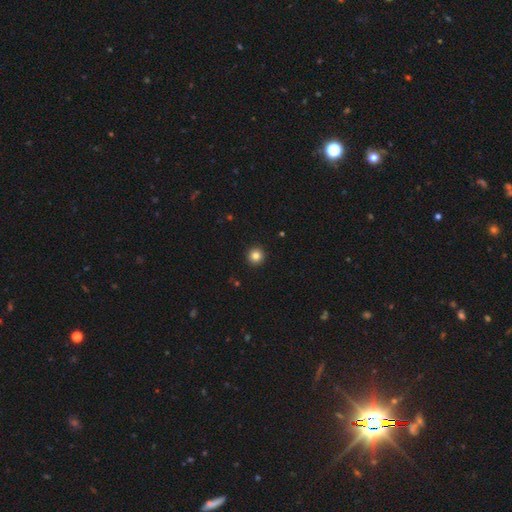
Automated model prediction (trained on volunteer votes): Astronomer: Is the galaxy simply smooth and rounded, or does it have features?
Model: smooth — 83%.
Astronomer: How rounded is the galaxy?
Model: round — 96%.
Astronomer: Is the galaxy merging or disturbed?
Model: none — 93%.